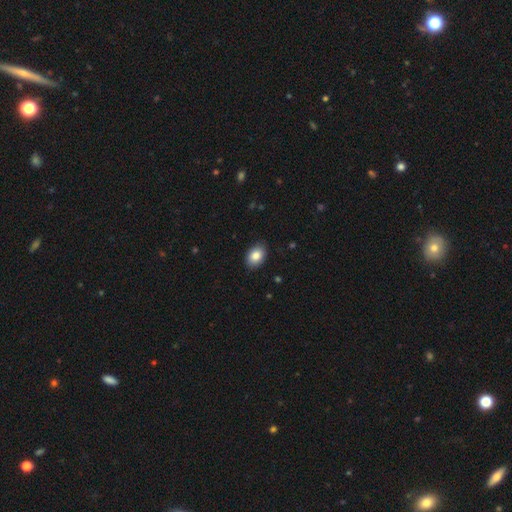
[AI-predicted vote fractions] The model was most divided on "how rounded": in between: 83%, round: 16%, cigar-shaped: 1%. More confident: merging — none (88%); smooth or featured — smooth (86%).